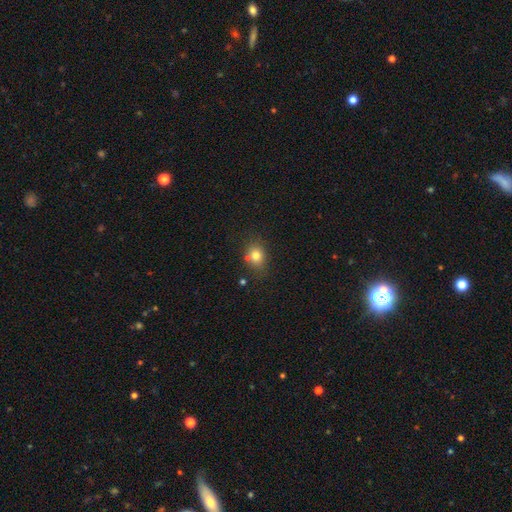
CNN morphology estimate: Smooth or featured: smooth — 78% (star or artifact — 12%)
How rounded: round — 55% (in between — 44%)
Merging: none — 69% (minor disturbance — 15%)